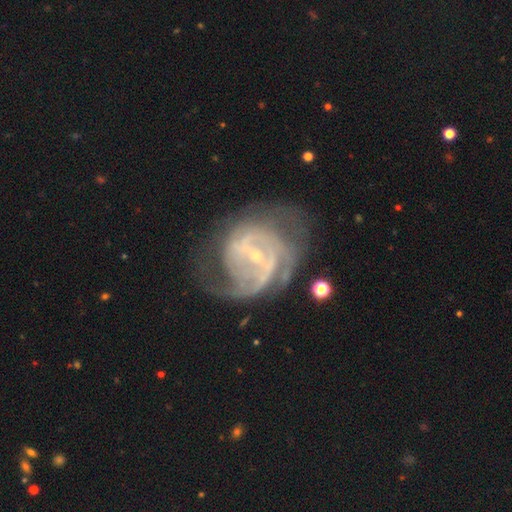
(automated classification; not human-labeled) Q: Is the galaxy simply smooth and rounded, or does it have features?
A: featured or disk — 86%.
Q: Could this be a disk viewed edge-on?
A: no — 97%.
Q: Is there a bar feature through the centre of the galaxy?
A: weak — 47%.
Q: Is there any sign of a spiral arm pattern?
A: yes — 91%.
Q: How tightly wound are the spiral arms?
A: medium — 42%.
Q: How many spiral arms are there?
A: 2 — 34%.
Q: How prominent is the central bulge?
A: small — 81%.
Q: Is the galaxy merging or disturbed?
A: none — 48%.